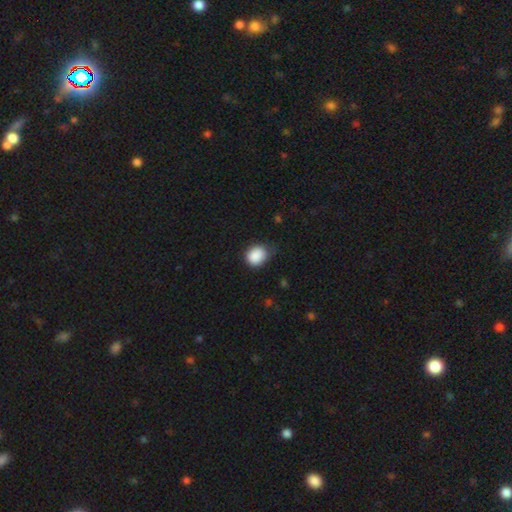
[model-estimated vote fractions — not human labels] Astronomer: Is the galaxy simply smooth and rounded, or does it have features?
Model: smooth — 88%.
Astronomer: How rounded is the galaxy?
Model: round — 63%.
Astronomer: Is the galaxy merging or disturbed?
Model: none — 65%.